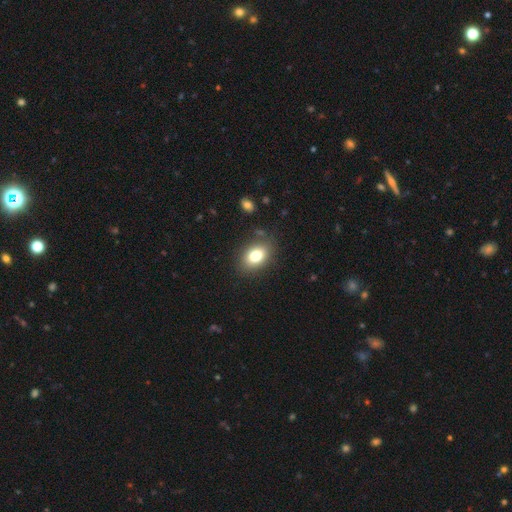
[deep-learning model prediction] This is likely a smooth galaxy (79%). How rounded: likely in between (79%). Merging: clearly none (83%).